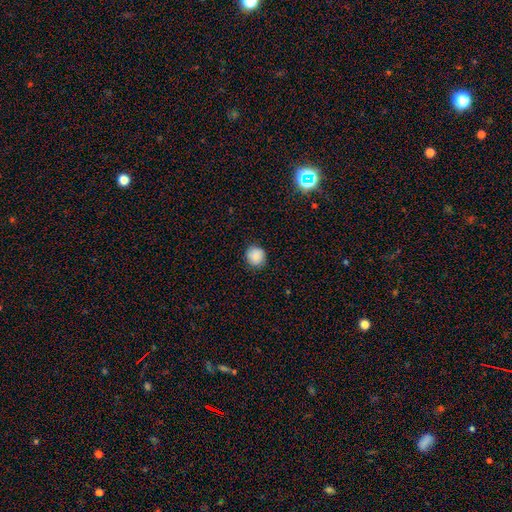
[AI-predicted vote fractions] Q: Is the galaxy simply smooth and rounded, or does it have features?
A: smooth — 86%.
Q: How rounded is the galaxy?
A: round — 90%.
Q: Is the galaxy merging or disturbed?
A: none — 87%.